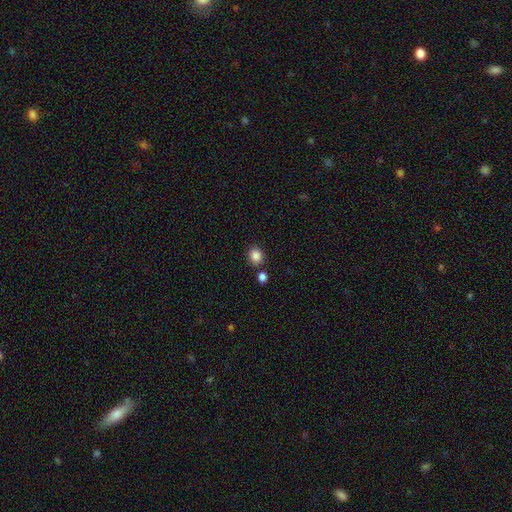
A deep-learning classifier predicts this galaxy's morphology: This appears to be a smooth galaxy with no disk features (86%) that is round (67%). Merging: none (79%).